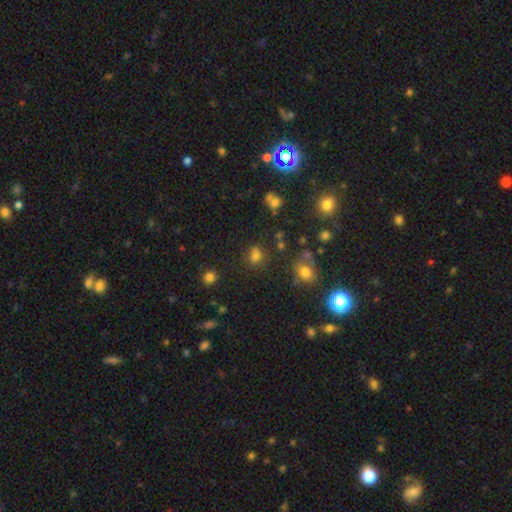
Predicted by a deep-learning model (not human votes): The model was most divided on "how rounded": round: 67%, in between: 32%, cigar-shaped: 1%. More confident: smooth or featured — smooth (71%); merging — none (66%).